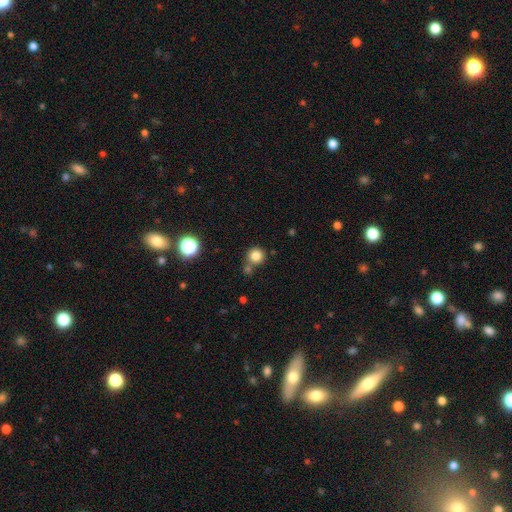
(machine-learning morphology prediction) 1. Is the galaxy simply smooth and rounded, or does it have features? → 82% smooth, 12% star or artifact, 6% featured or disk.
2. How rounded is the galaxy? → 93% round, 6% in between, 1% cigar-shaped.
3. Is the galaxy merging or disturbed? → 71% none, 17% merger, 9% minor disturbance, 3% major disturbance.